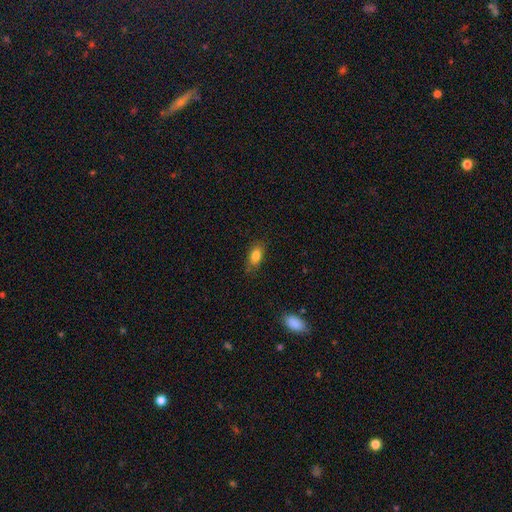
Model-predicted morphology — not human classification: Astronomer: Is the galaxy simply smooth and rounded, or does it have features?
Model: smooth — 83%.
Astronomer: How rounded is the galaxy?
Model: in between — 86%.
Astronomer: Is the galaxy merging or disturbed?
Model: none — 78%.